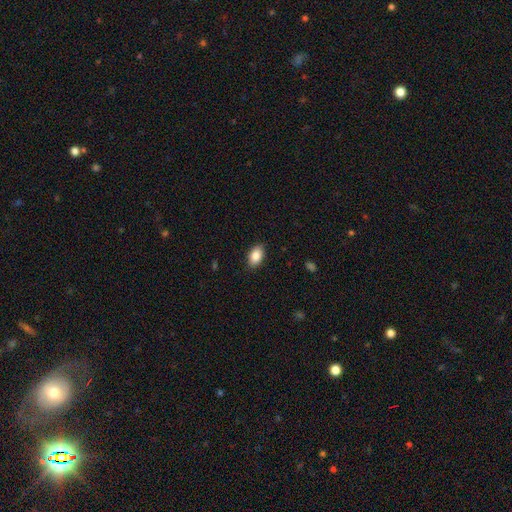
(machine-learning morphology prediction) Q: Smooth or featured?
A: smooth (88%); runner-up: star or artifact (7%)
Q: How rounded?
A: in between (91%); runner-up: round (8%)
Q: Merging?
A: none (88%); runner-up: minor disturbance (9%)